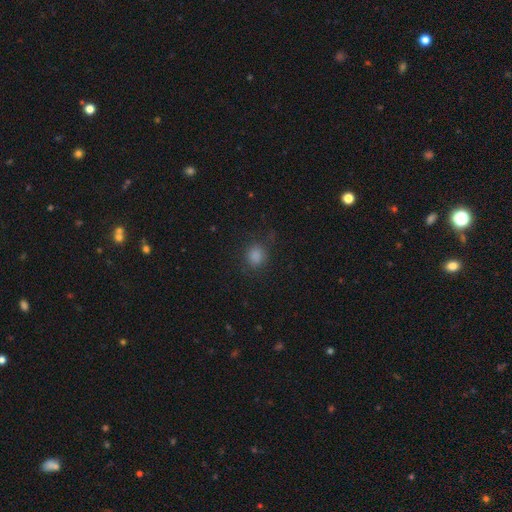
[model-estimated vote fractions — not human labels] Morphology: type=smooth (81%); roundness=round (70%); merging=none (73%).